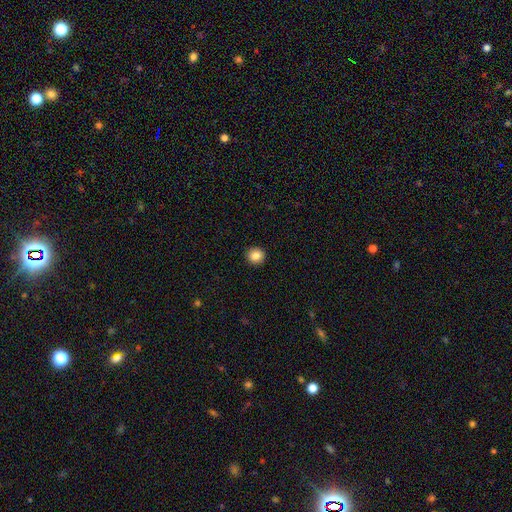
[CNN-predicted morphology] type=smooth (86%); roundness=round (93%); merging=none (93%).